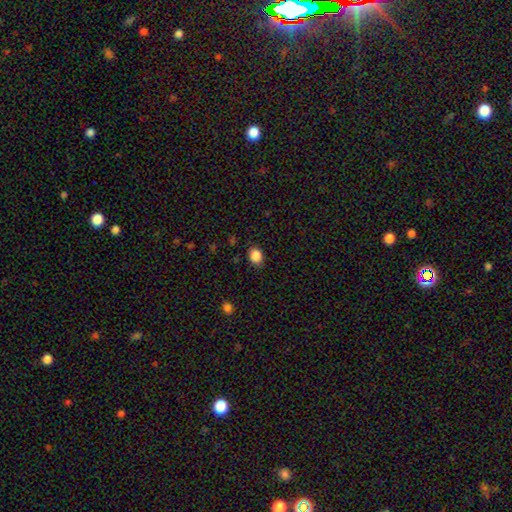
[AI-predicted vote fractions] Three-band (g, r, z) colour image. It shows a smooth galaxy with no disk features (87%) that is in between round and cigar-shaped (53%). Merging: none (85%).